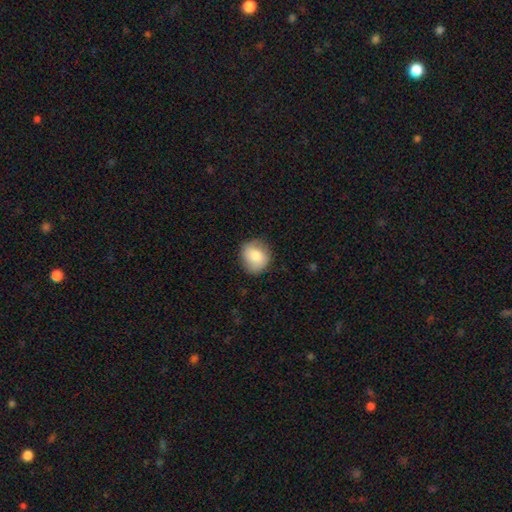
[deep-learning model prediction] Smooth or featured?
  - smooth: 78% *
  - featured or disk: 15%
  - star or artifact: 7%
How rounded?
  - round: 74% *
  - in between: 25%
  - cigar-shaped: 1%
Merging?
  - none: 83% *
  - minor disturbance: 12%
  - major disturbance: 3%
  - merger: 1%